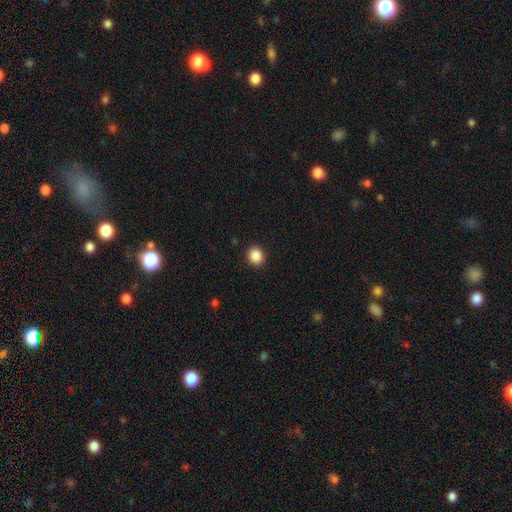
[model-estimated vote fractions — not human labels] Smooth or featured? Predicted: smooth (p=0.88). How rounded? Predicted: round (p=0.77). Merging? Predicted: none (p=0.90).